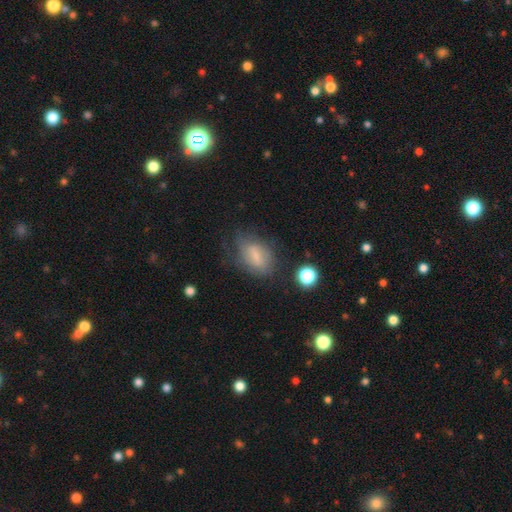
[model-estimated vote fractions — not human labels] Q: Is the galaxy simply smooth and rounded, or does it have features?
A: smooth — 59%.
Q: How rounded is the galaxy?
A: in between — 83%.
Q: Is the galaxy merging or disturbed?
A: none — 52%.